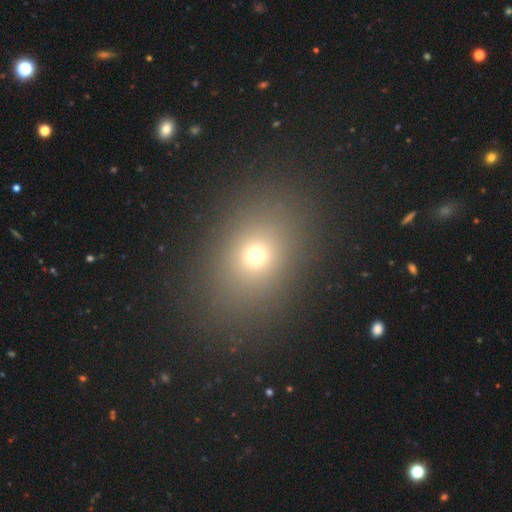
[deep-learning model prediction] smooth 68%, star or artifact 20%, featured or disk 12%. Down the decision tree: how rounded — in between (60%); merging — none (86%).